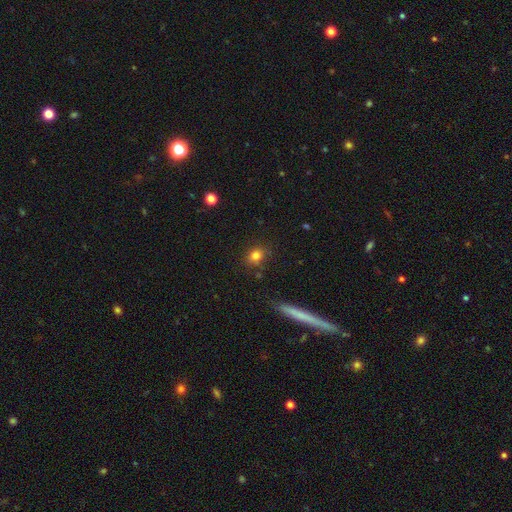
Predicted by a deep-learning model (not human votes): Smooth or featured? Predicted: smooth (p=0.81). How rounded? Predicted: round (p=0.62). Merging? Predicted: none (p=0.82).